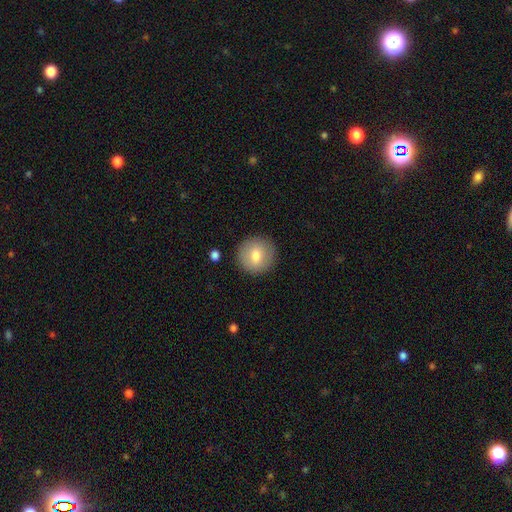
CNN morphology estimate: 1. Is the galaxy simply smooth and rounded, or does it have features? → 75% smooth, 18% featured or disk, 8% star or artifact.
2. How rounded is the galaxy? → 92% round, 7% in between, 1% cigar-shaped.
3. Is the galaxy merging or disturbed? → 88% none, 8% minor disturbance, 3% major disturbance, 2% merger.